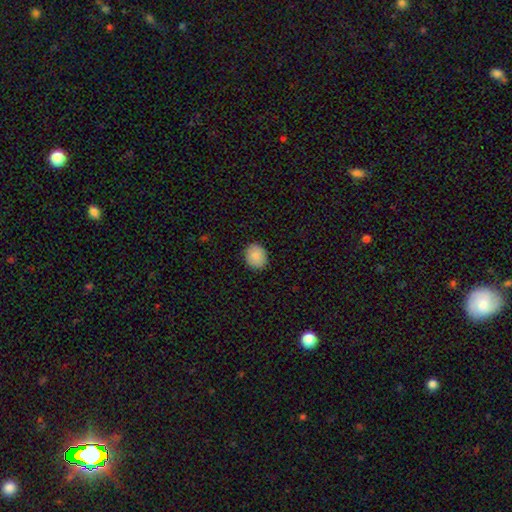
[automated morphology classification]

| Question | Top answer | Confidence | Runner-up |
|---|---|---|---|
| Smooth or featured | smooth | 89% | star or artifact (8%) |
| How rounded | round | 75% | in between (24%) |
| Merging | none | 89% | minor disturbance (8%) |